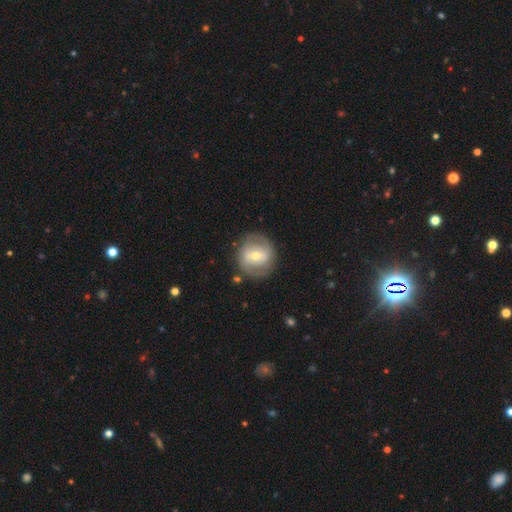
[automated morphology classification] type=featured or disk (61%); edge-on=no (96%); bar=weak (42%); spiral arms=yes (65%); bulge=moderate (59%); merging=none (80%).